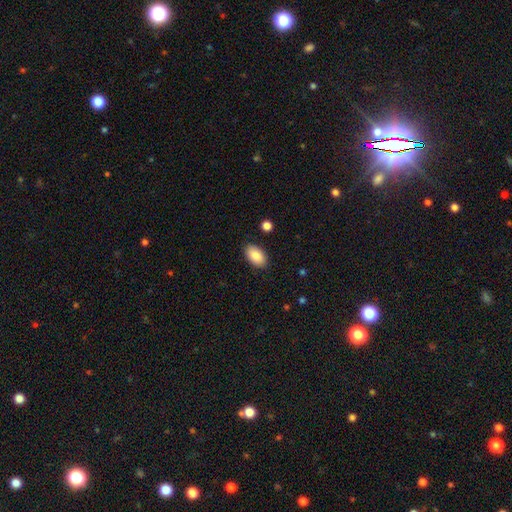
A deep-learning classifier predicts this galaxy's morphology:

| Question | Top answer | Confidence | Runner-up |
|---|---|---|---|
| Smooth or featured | smooth | 88% | star or artifact (7%) |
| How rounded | in between | 94% | round (5%) |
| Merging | none | 88% | minor disturbance (9%) |